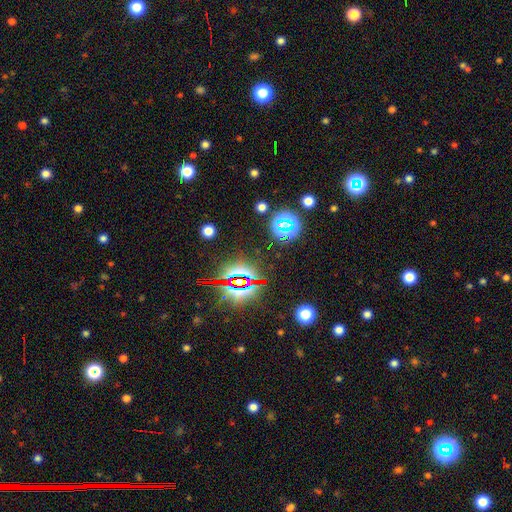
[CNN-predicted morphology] Smooth or featured: star or artifact — 80% (smooth — 12%)